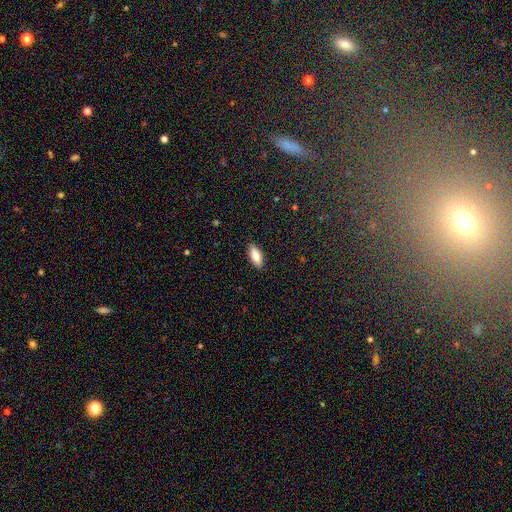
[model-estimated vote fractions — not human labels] A smooth galaxy with no disk features (83%) that is in between round and cigar-shaped (77%). Merging: none (88%).